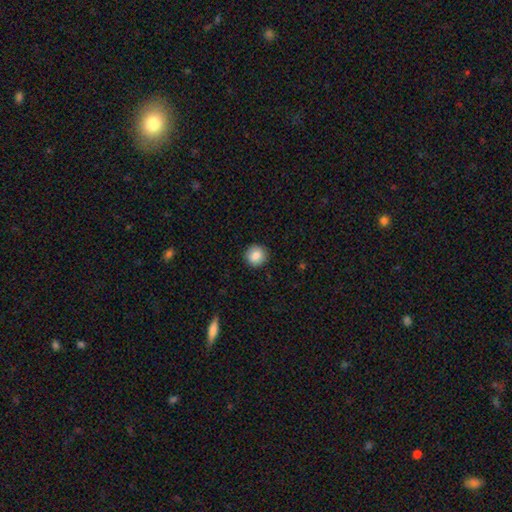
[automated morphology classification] Smooth or featured: smooth — 84% (star or artifact — 8%)
How rounded: round — 91% (in between — 8%)
Merging: none — 91% (minor disturbance — 7%)